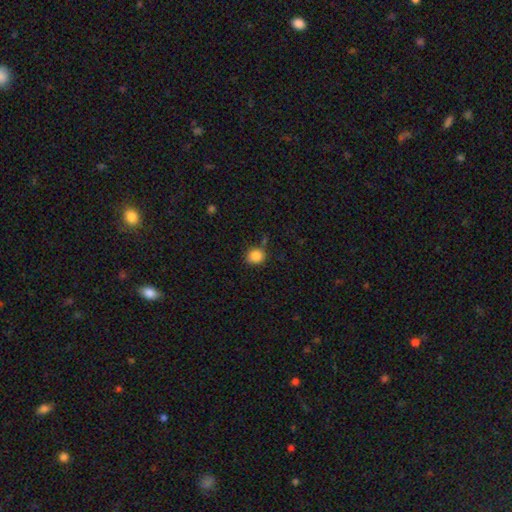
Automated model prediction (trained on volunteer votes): A smooth galaxy with no disk features (86%) that is round (79%). Merging: none (78%).